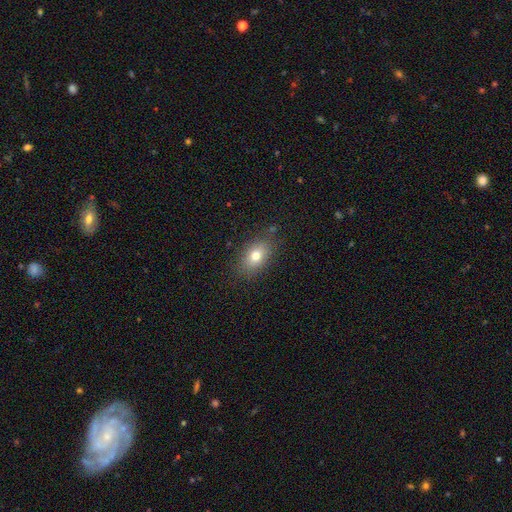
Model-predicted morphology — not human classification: This appears to be a smooth galaxy with no disk features (75%) that is in between round and cigar-shaped (81%). Merging: none (83%).